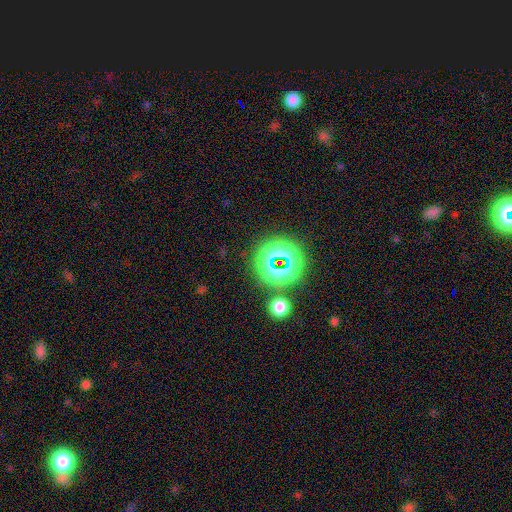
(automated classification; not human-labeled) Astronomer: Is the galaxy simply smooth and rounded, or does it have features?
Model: star or artifact — 76%.